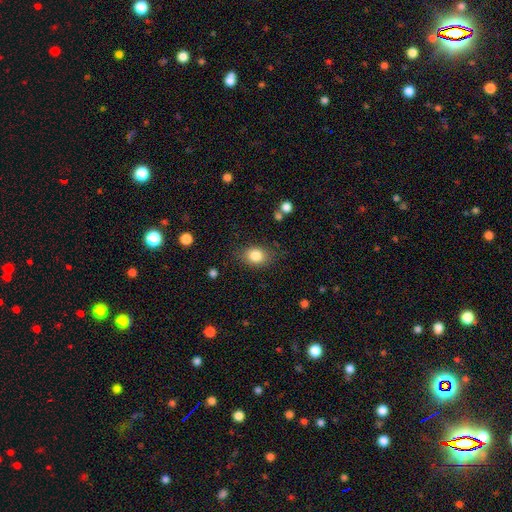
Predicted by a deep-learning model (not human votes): Morphology: type=smooth (84%); roundness=in between (63%); merging=none (80%).